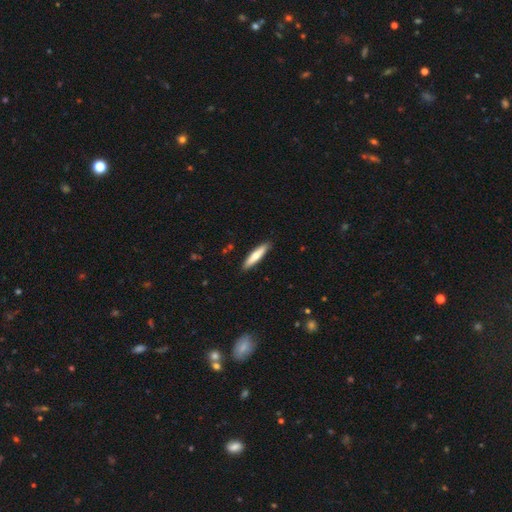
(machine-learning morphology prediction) smooth 66%, featured or disk 29%, star or artifact 5%. Down the decision tree: how rounded — cigar-shaped (83%); merging — none (89%).